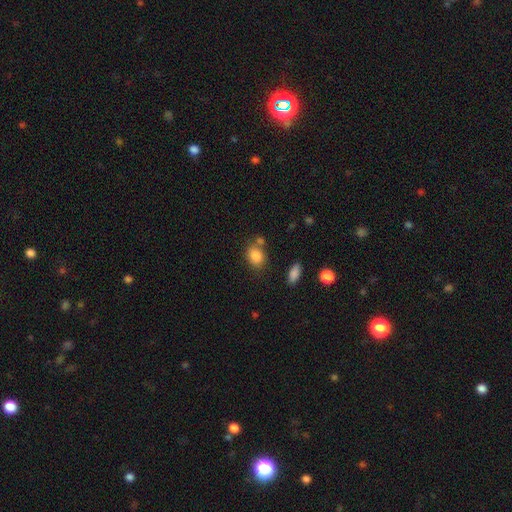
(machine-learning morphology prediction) Smooth or featured?
  - smooth: 85% *
  - star or artifact: 9%
  - featured or disk: 6%
How rounded?
  - in between: 67% *
  - round: 31%
  - cigar-shaped: 1%
Merging?
  - none: 65% *
  - merger: 15%
  - minor disturbance: 15%
  - major disturbance: 5%